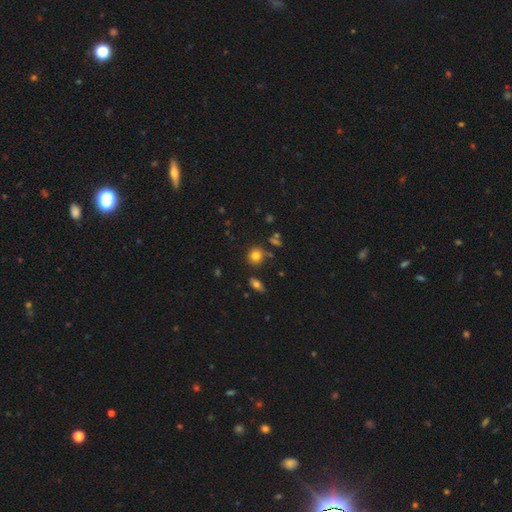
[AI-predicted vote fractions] Q: Smooth or featured?
A: smooth (80%); runner-up: star or artifact (12%)
Q: How rounded?
A: round (84%); runner-up: in between (15%)
Q: Merging?
A: none (78%); runner-up: minor disturbance (11%)